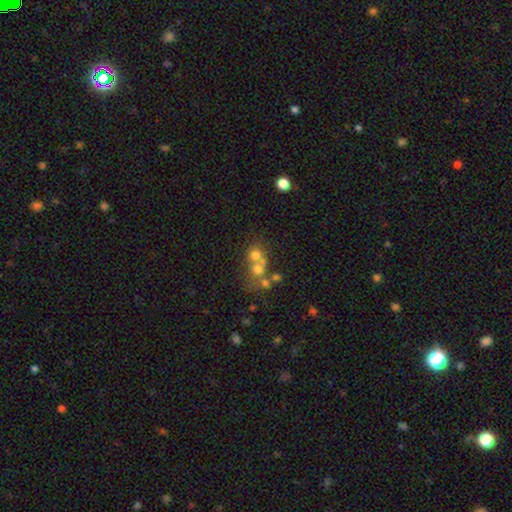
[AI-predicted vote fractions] Overall: smooth (49%; star or artifact 26%). Merging: merger (52%; none 36%).